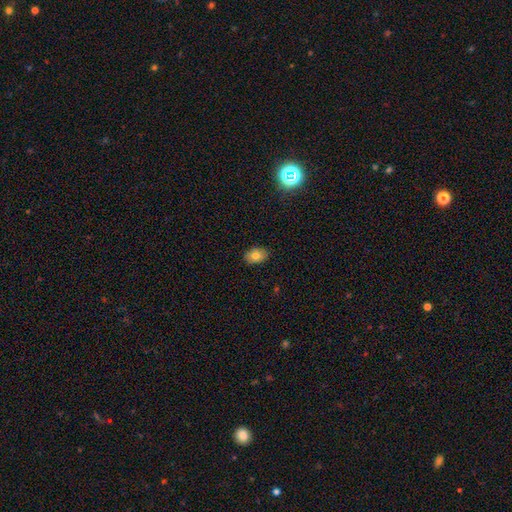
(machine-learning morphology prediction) Smooth or featured?
  - smooth: 77% *
  - featured or disk: 13%
  - star or artifact: 10%
How rounded?
  - in between: 83% *
  - round: 16%
  - cigar-shaped: 1%
Merging?
  - none: 87% *
  - minor disturbance: 10%
  - major disturbance: 2%
  - merger: 1%